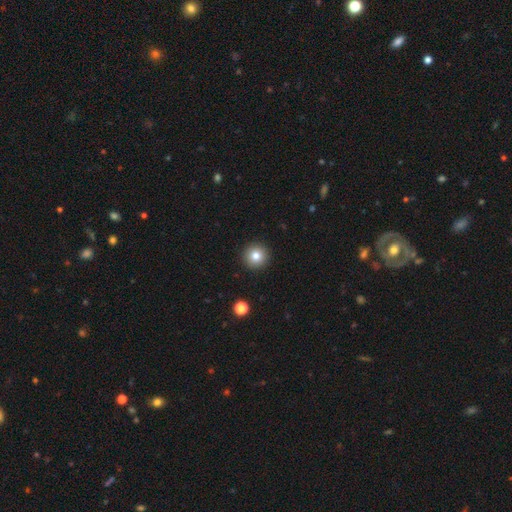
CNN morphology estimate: Smooth or featured: smooth — 81% (star or artifact — 11%)
How rounded: round — 96% (in between — 3%)
Merging: none — 93% (minor disturbance — 4%)